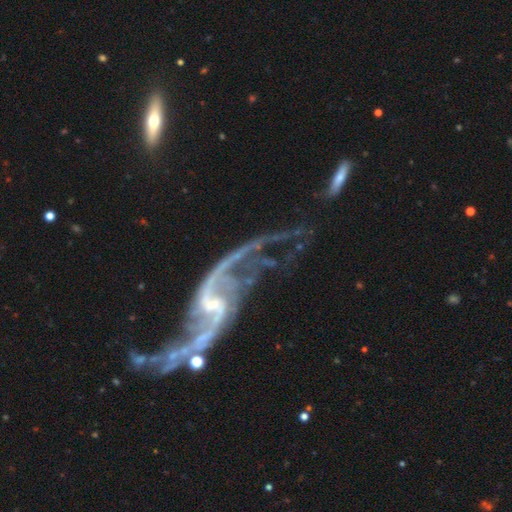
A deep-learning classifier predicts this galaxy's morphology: Overall: featured or disk (91%). Edge-on disk: no (94%). Bar: weak (47%; no 28%). Spiral arms: yes (97%). Spiral arm count: 2 (90%). Spiral winding: loose (84%). Bulge size: small (67%). Merging: none (38%; major disturbance 28%).